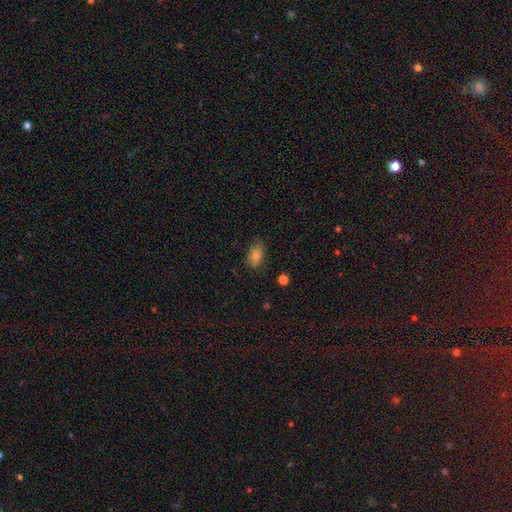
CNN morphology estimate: Overall: smooth (73%). How rounded: in between (87%). Merging: none (77%).